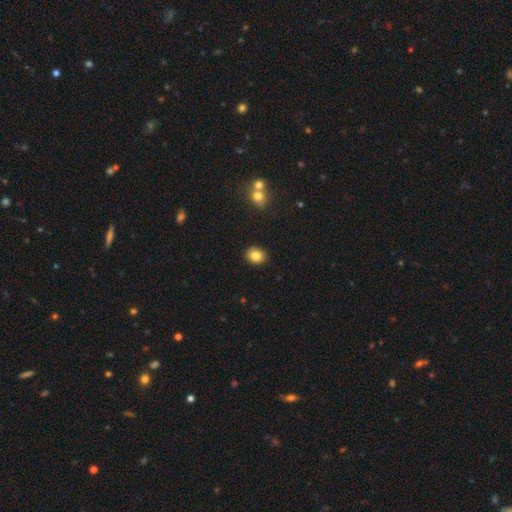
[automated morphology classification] A smooth galaxy with no disk features (83%) that is round (63%). Merging: none (89%).